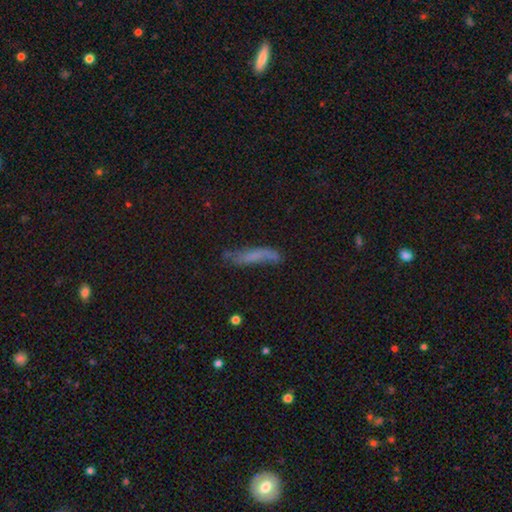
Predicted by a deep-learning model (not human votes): Morphology: type=smooth (58%); roundness=cigar-shaped (82%); merging=none (57%).